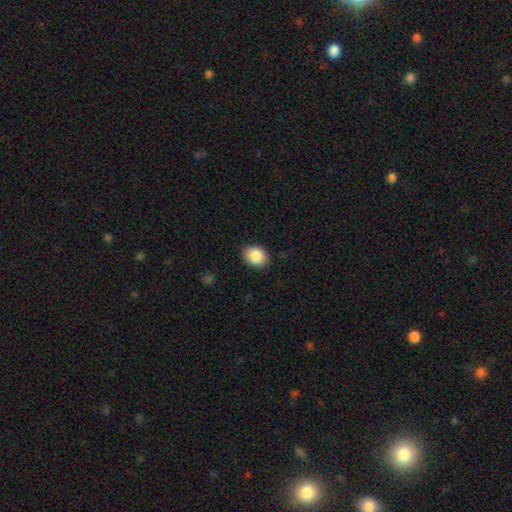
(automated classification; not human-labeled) A smooth galaxy with no disk features (88%) that is in between round and cigar-shaped (66%).

Vote fractions:
- Smooth or featured? smooth: 88% / star or artifact: 8% / featured or disk: 5%
- How rounded? in between: 66% / round: 33% / cigar-shaped: 1%
- Merging? none: 89% / minor disturbance: 8% / major disturbance: 2% / merger: 1%